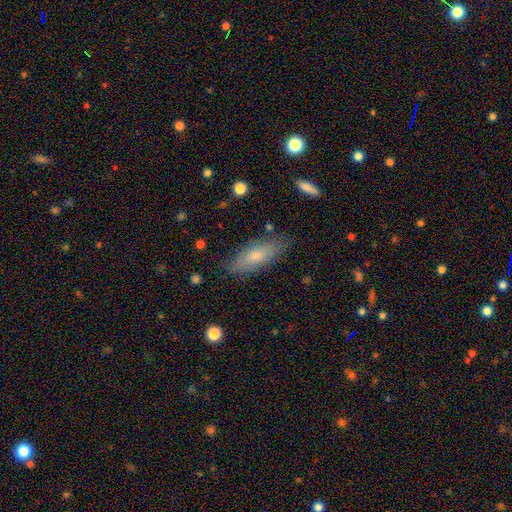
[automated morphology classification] Smooth or featured? smooth (67%)
How rounded? in between (64%)
Merging? none (81%)